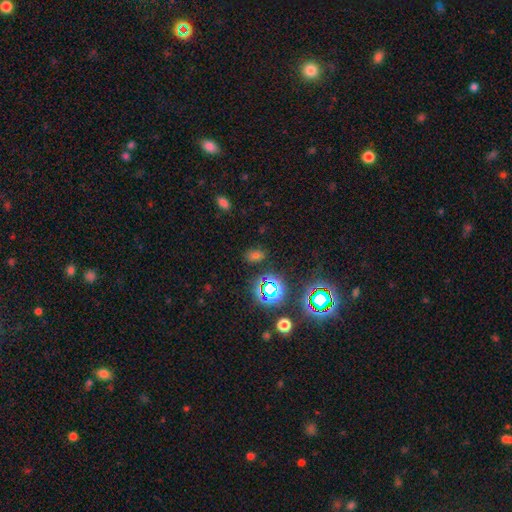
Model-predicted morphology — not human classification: Smooth or featured?
  - smooth: 50% *
  - star or artifact: 43%
  - featured or disk: 7%
How rounded?
  - in between: 73% *
  - round: 24%
  - cigar-shaped: 3%
Merging?
  - none: 80% *
  - minor disturbance: 12%
  - major disturbance: 5%
  - merger: 4%